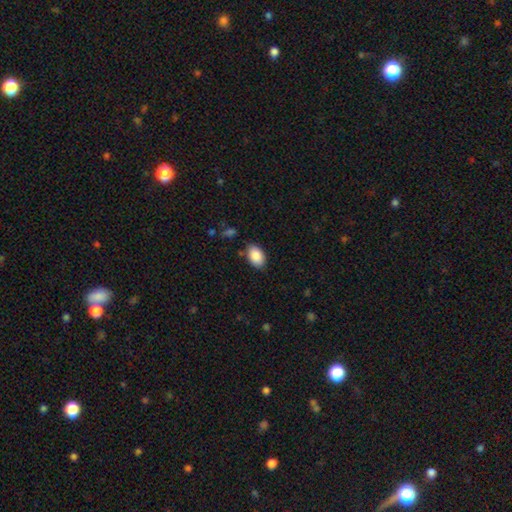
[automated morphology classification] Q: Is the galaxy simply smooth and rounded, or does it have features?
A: smooth — 88%.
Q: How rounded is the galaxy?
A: in between — 88%.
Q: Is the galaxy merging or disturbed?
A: none — 85%.